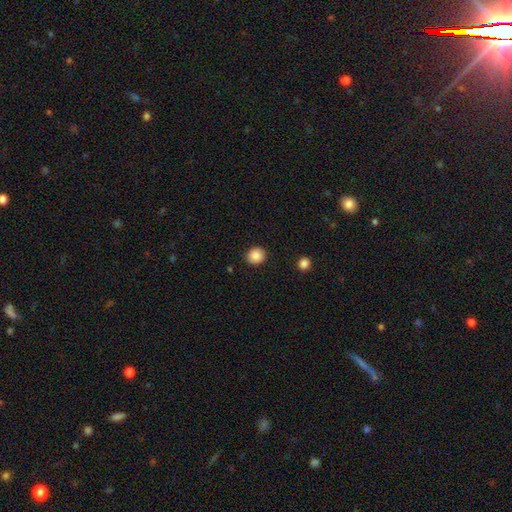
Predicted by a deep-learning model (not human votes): smooth 86%, star or artifact 9%, featured or disk 5%. Down the decision tree: how rounded — round (82%); merging — none (91%).